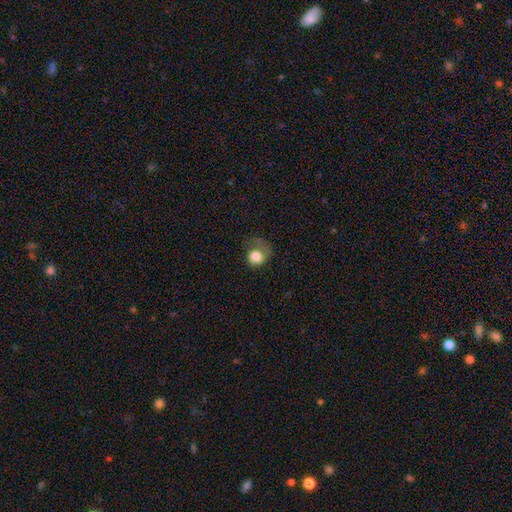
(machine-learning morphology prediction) The model was most divided on "merging": major disturbance: 44%, none: 30%, minor disturbance: 23%, merger: 3%. More confident: smooth or featured — smooth (74%); how rounded — round (73%).